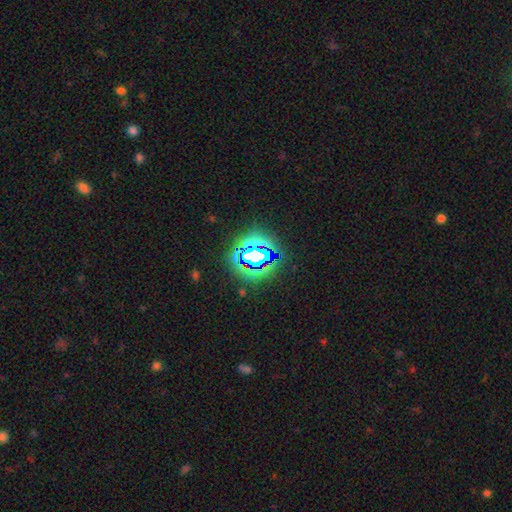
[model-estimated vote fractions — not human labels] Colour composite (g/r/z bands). It shows a star or artifact, not a galaxy (73%).